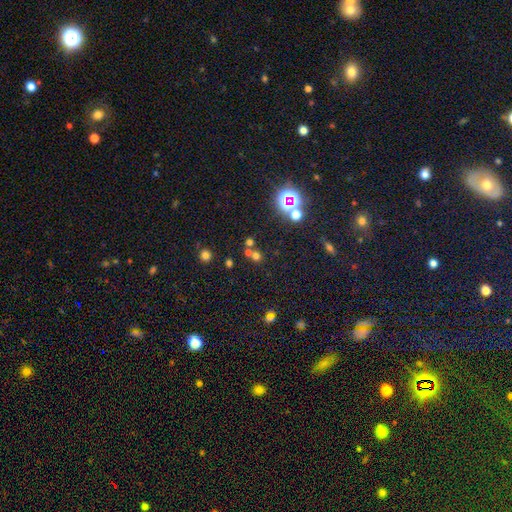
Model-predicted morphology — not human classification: Smooth or featured?
  - smooth: 53% *
  - star or artifact: 37%
  - featured or disk: 10%
How rounded?
  - round: 88% *
  - in between: 11%
  - cigar-shaped: 1%
Merging?
  - none: 60% *
  - merger: 30%
  - minor disturbance: 7%
  - major disturbance: 3%